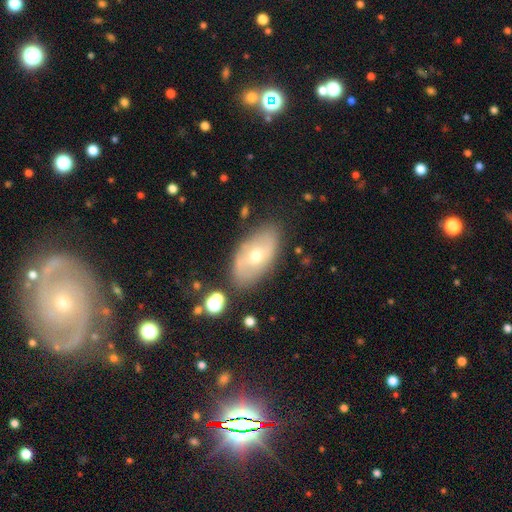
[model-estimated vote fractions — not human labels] The model was most divided on "smooth or featured": featured or disk: 49%, smooth: 43%, star or artifact: 8%. More confident: merging — none (77%).